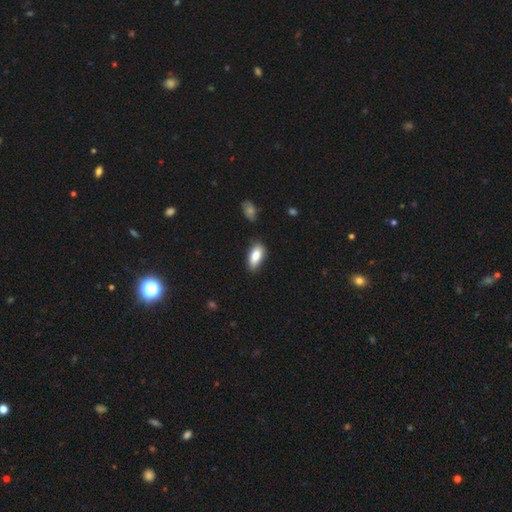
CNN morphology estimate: smooth 85%, featured or disk 8%, star or artifact 7%. Down the decision tree: how rounded — in between (86%); merging — none (74%).